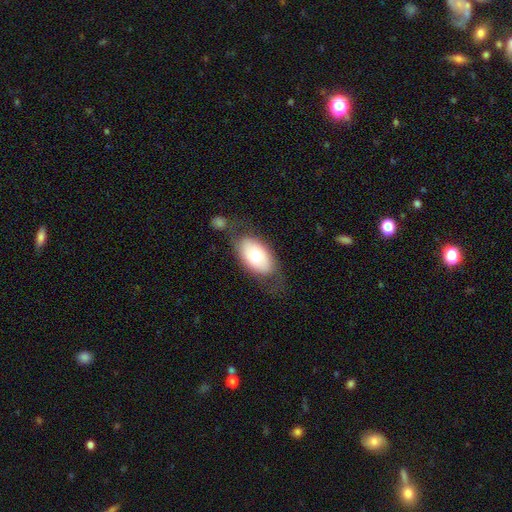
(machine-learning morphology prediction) The model was most divided on "smooth or featured": smooth: 66%, featured or disk: 28%, star or artifact: 6%. More confident: how rounded — in between (92%); merging — none (61%).